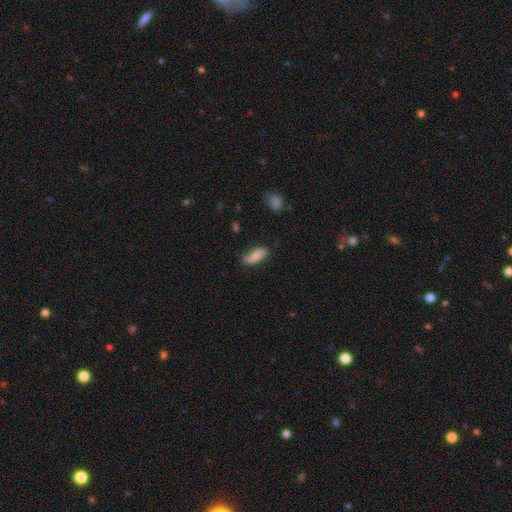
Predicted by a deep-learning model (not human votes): This is likely a smooth galaxy (69%). How rounded: likely in between (78%). Merging: likely none (71%).